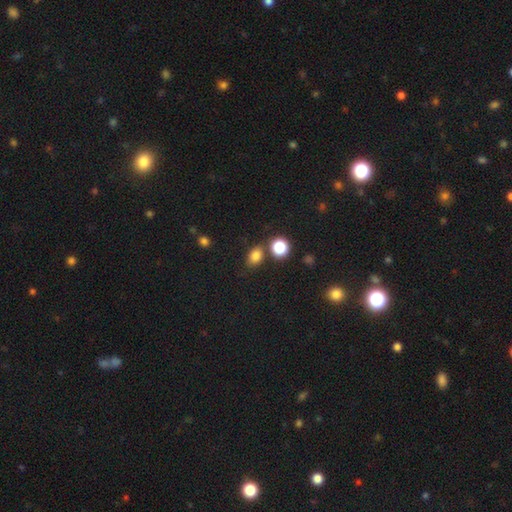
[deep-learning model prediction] smooth 81%, star or artifact 13%, featured or disk 6%. Down the decision tree: how rounded — in between (67%); merging — none (71%).